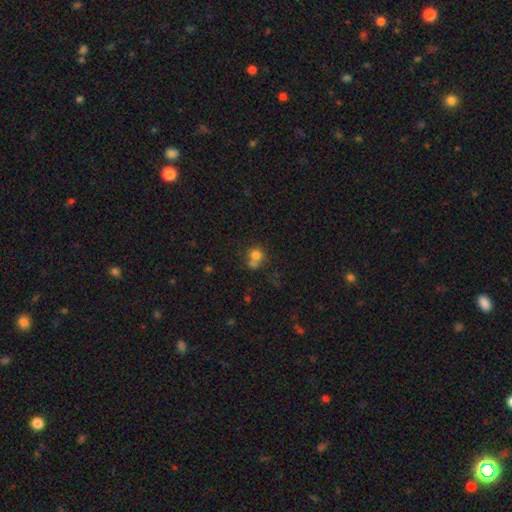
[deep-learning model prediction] A smooth galaxy with no disk features (76%) that is round (80%). Merging: none (44%).